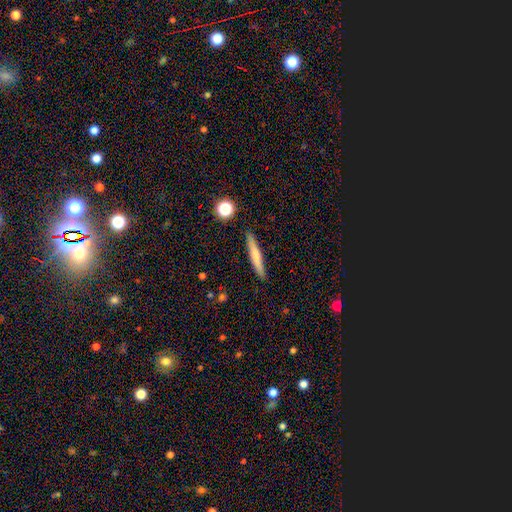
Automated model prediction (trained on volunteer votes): This appears to be a smooth galaxy with no disk features (62%) that is cigar-shaped (93%). Merging: none (90%).